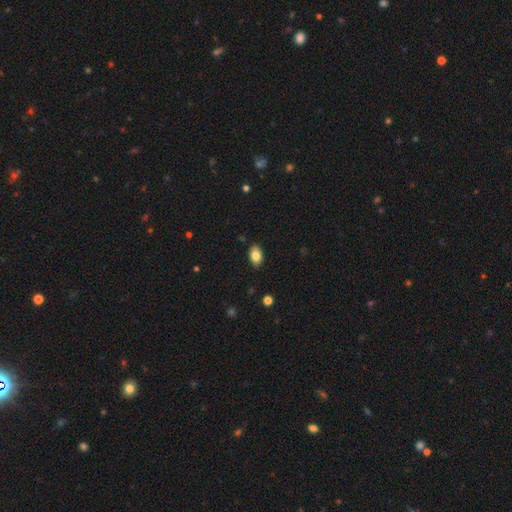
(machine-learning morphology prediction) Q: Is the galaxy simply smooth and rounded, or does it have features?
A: smooth — 83%.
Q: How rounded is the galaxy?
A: in between — 89%.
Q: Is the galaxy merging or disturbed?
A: none — 88%.